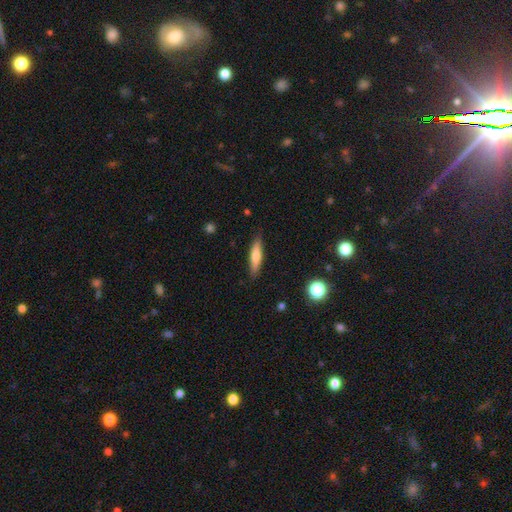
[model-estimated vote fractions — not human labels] Morphology: type=smooth (68%); roundness=cigar-shaped (76%); merging=none (86%).